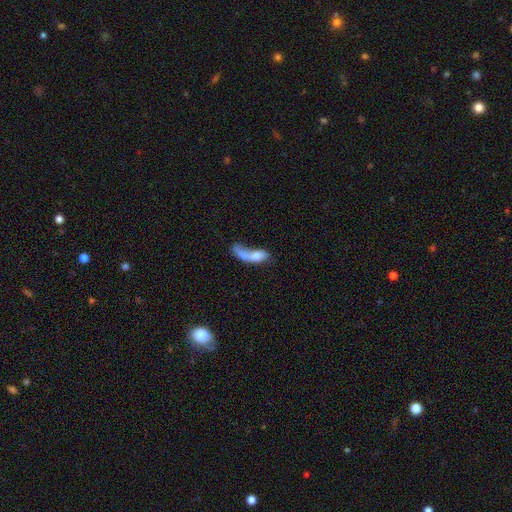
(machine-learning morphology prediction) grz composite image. It shows a smooth galaxy with no disk features (59%) that is in between round and cigar-shaped (61%). Merging: merger (61%).